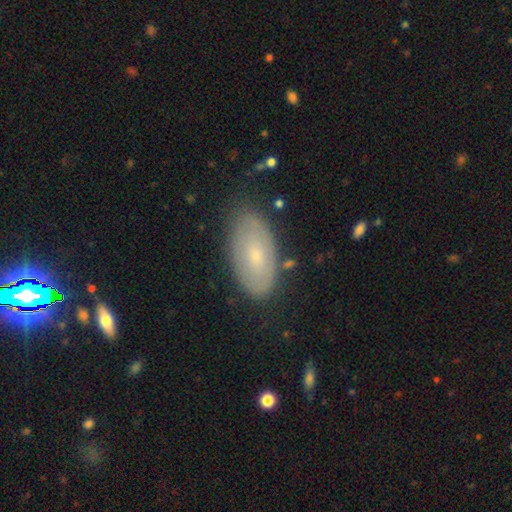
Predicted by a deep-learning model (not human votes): A smooth galaxy with no disk features (58%) that is in between round and cigar-shaped (94%).

Vote fractions:
- Smooth or featured? smooth: 58% / featured or disk: 35% / star or artifact: 7%
- How rounded? in between: 94% / cigar-shaped: 3% / round: 3%
- Merging? none: 76% / minor disturbance: 18% / major disturbance: 4% / merger: 2%